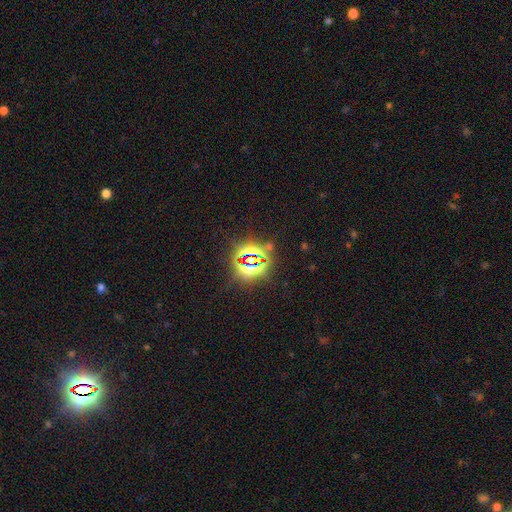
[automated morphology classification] type=star or artifact (83%).